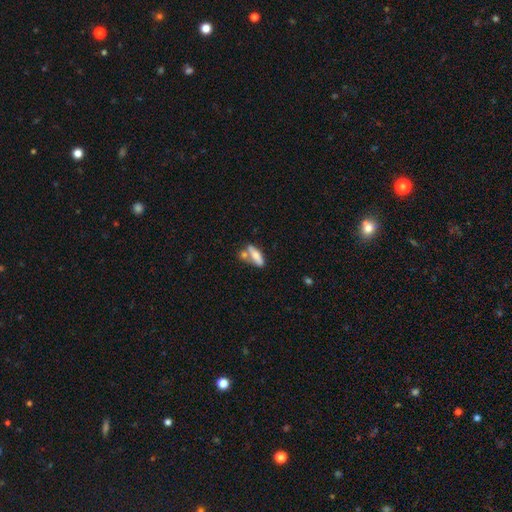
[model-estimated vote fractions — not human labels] smooth-or-featured: smooth: 64% | featured or disk: 29% | star or artifact: 7%
  how-rounded: in between: 50% | cigar-shaped: 47% | round: 3%
  merging: none: 51% | merger: 30% | minor disturbance: 14% | major disturbance: 5%